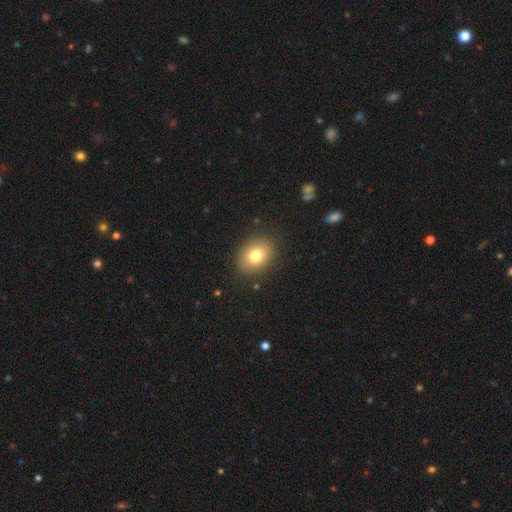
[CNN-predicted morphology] Smooth or featured? Predicted: smooth (p=0.78). How rounded? Predicted: in between (p=0.58). Merging? Predicted: none (p=0.87).